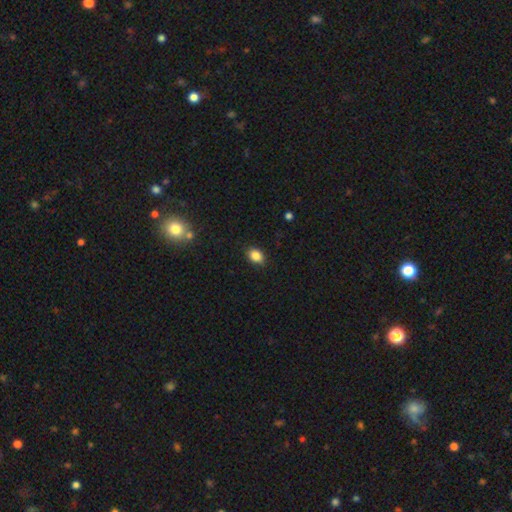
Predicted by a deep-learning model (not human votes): A smooth galaxy with no disk features (86%) that is in between round and cigar-shaped (75%).

Vote fractions:
- Smooth or featured? smooth: 86% / star or artifact: 10% / featured or disk: 5%
- How rounded? in between: 75% / round: 24% / cigar-shaped: 1%
- Merging? none: 87% / minor disturbance: 10% / major disturbance: 2% / merger: 1%